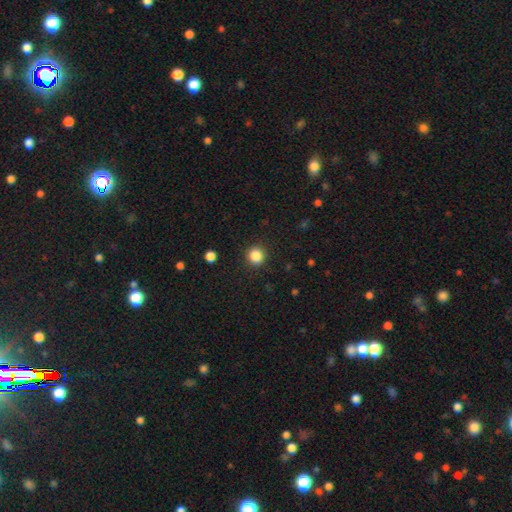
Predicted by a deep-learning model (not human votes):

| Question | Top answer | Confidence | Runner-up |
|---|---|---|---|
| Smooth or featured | smooth | 86% | star or artifact (11%) |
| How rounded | round | 91% | in between (8%) |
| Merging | none | 91% | minor disturbance (6%) |